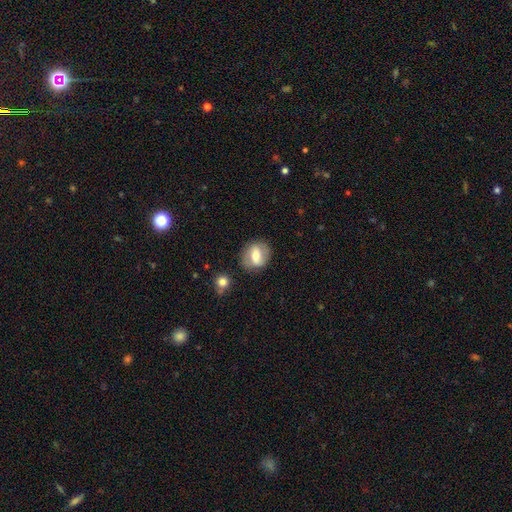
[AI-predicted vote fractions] Overall: smooth (51%; featured or disk 41%). How rounded: round (65%; in between 33%). Merging: none (80%).